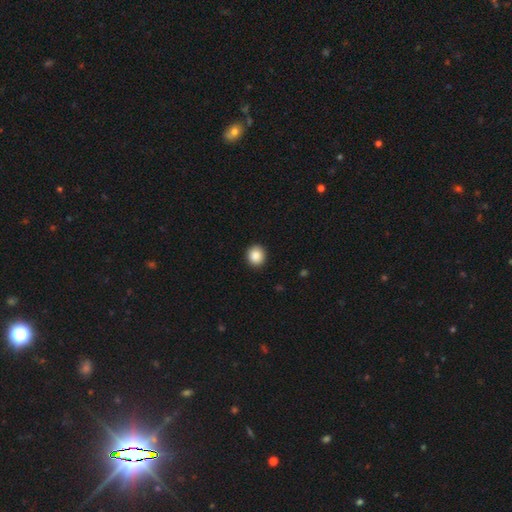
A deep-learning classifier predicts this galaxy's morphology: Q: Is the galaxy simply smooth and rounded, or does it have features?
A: smooth — 88%.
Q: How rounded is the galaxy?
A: round — 86%.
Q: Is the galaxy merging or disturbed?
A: none — 92%.